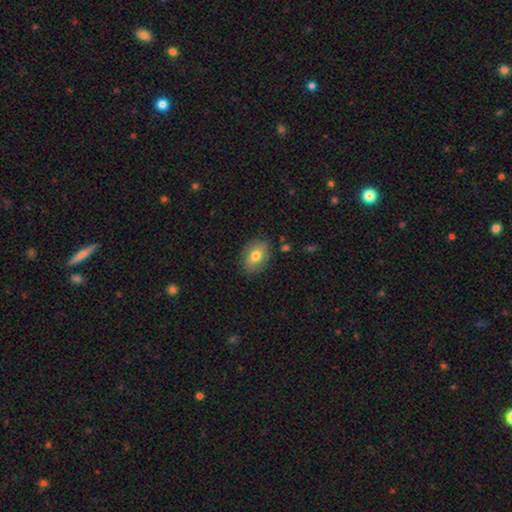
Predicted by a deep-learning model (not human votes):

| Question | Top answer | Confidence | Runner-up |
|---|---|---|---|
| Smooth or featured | smooth | 77% | featured or disk (15%) |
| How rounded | in between | 74% | round (25%) |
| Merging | none | 84% | minor disturbance (12%) |